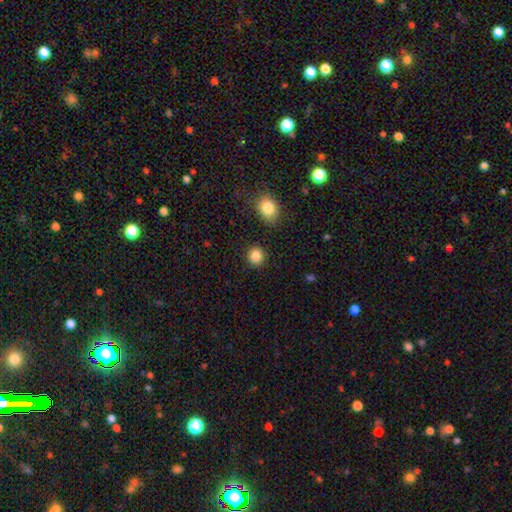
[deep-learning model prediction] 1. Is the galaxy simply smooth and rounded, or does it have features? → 86% smooth, 10% star or artifact, 4% featured or disk.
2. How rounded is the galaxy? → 88% round, 11% in between, 1% cigar-shaped.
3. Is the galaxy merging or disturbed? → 90% none, 6% minor disturbance, 2% merger, 2% major disturbance.